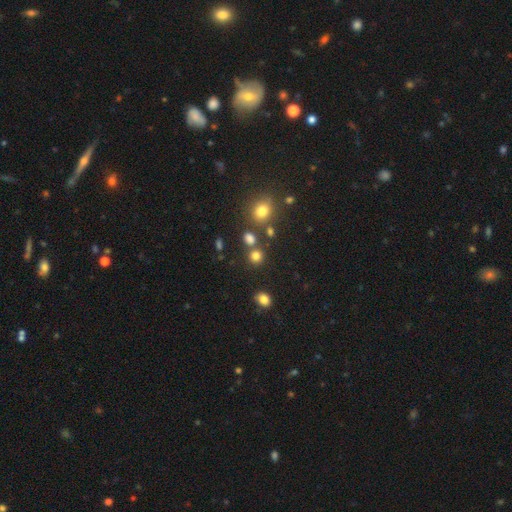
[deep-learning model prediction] Morphology: type=smooth (78%); roundness=round (85%); merging=none (72%).